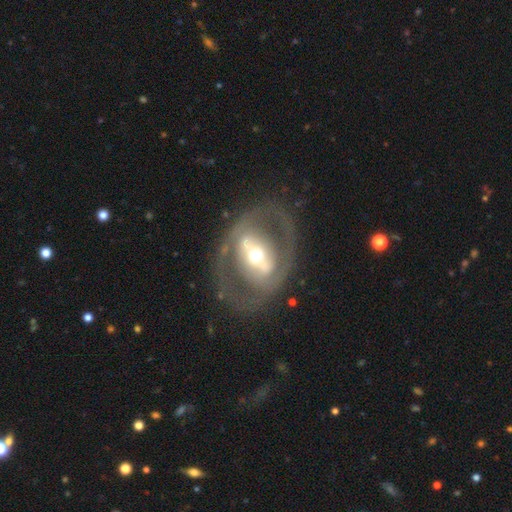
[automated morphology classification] Smooth or featured? featured or disk (77%)
Edge-on disk? no (92%)
Bar? strong (48%)
Spiral arms? no (58%)
Bulge size? moderate (61%)
Merging? none (70%)